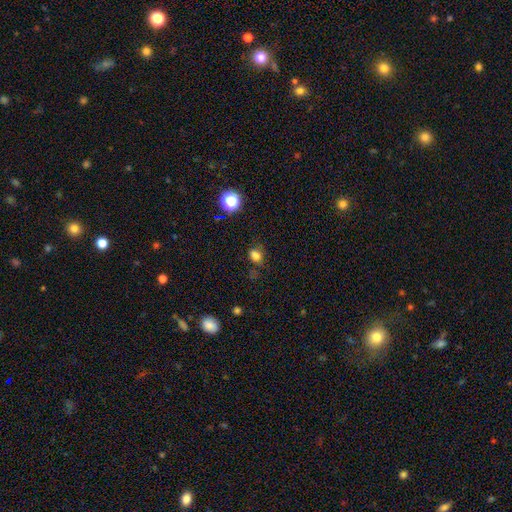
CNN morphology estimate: This appears to be a smooth galaxy with no disk features (75%) that is in between round and cigar-shaped (61%). Merging: none (67%).